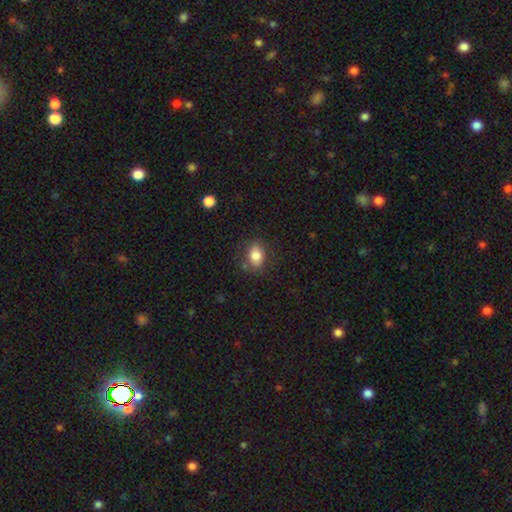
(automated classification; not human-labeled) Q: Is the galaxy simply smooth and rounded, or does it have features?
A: smooth — 81%.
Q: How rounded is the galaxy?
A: in between — 69%.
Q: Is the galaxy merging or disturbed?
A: none — 76%.